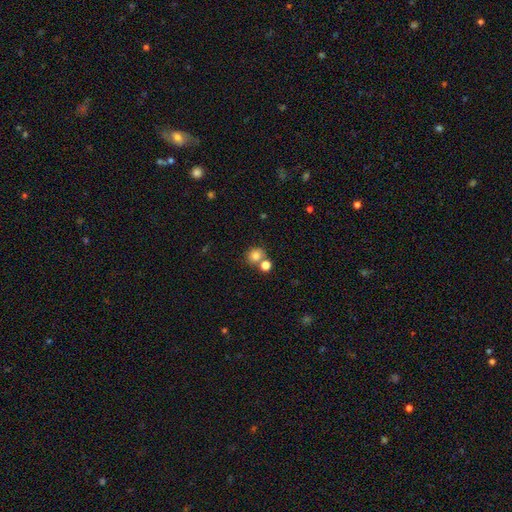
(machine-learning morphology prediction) smooth-or-featured: smooth: 80% | star or artifact: 12% | featured or disk: 8%
  how-rounded: round: 81% | in between: 18% | cigar-shaped: 1%
  merging: none: 62% | merger: 26% | minor disturbance: 9% | major disturbance: 3%